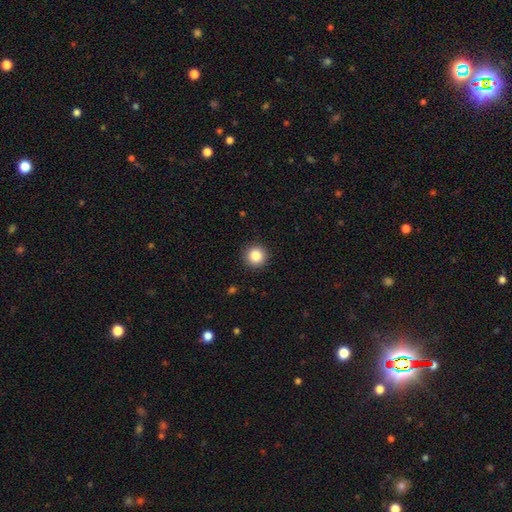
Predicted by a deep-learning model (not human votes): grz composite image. It shows a smooth galaxy with no disk features (86%) that is round (95%). Merging: none (92%).